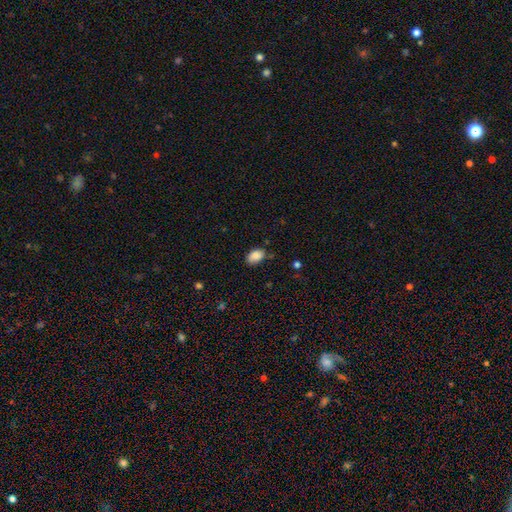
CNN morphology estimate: Smooth or featured: smooth — 88% (star or artifact — 8%)
How rounded: in between — 89% (round — 10%)
Merging: none — 71% (minor disturbance — 23%)